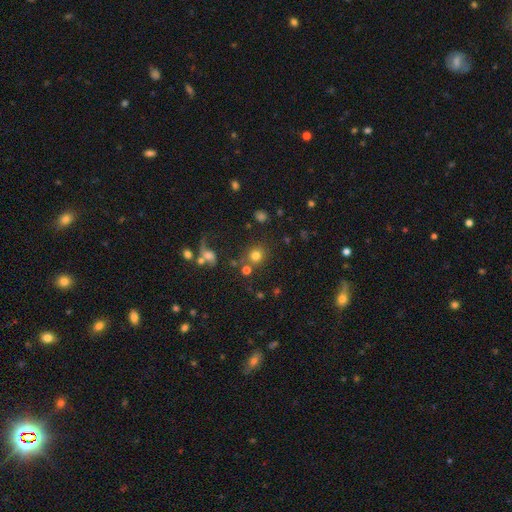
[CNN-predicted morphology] smooth 75%, star or artifact 15%, featured or disk 11%. Down the decision tree: how rounded — round (87%); merging — none (71%).